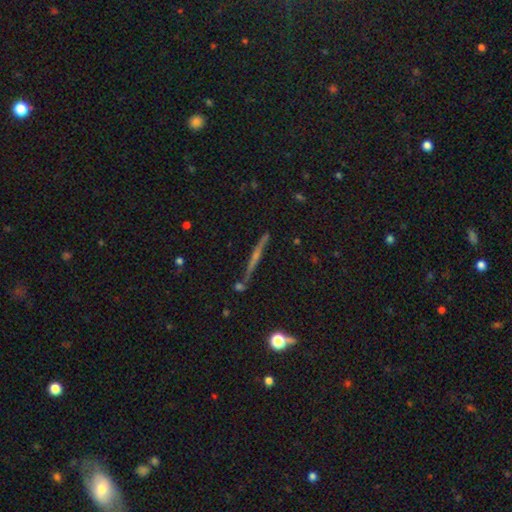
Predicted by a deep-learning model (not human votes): Overall: featured or disk (68%). Edge-on disk: yes (97%). Edge-on bulge: rounded (55%; none 36%). Merging: none (86%).